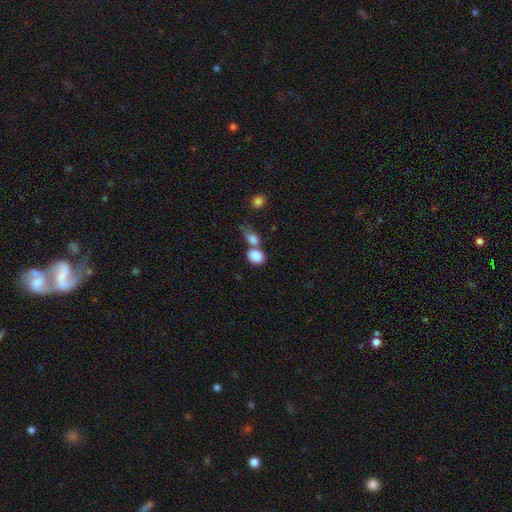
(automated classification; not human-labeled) smooth 84%, star or artifact 9%, featured or disk 7%. Down the decision tree: how rounded — in between (62%); merging — merger (51%).